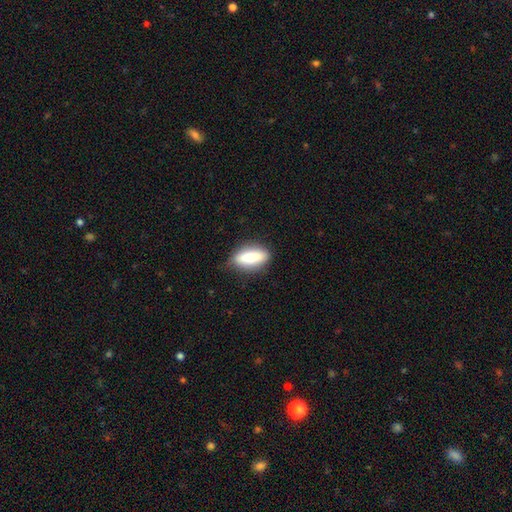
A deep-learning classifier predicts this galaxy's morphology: A smooth galaxy with no disk features (78%) that is in between round and cigar-shaped (68%). Merging: none (79%).